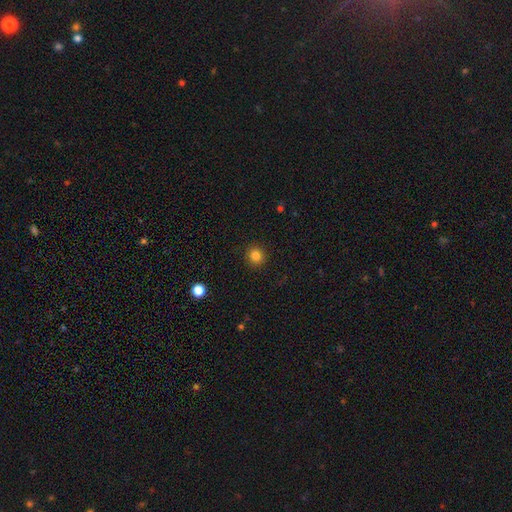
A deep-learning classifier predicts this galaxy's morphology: type=smooth (82%); roundness=round (93%); merging=none (92%).